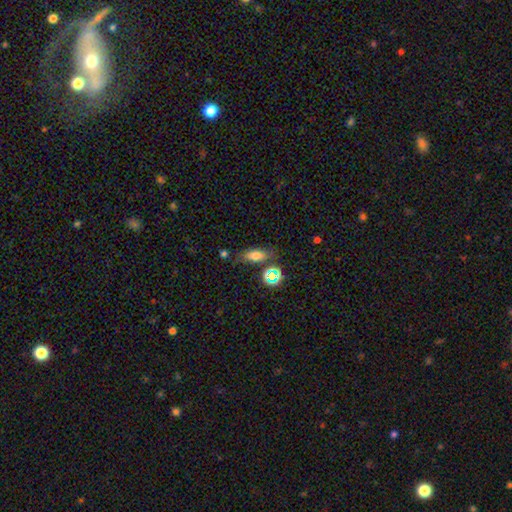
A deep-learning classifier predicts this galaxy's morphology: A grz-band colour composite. It shows a smooth galaxy with no disk features (70%) that is in between round and cigar-shaped (69%). Merging: none (70%).